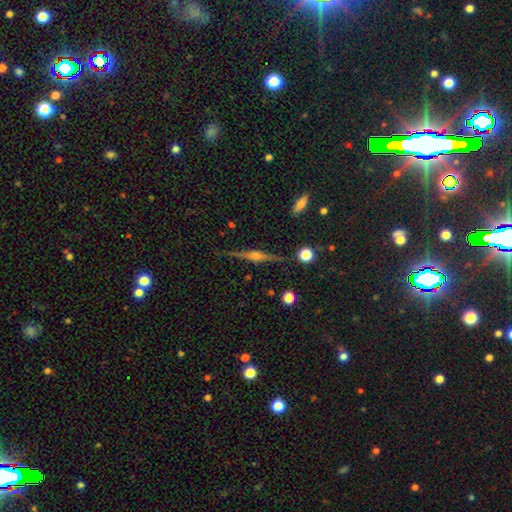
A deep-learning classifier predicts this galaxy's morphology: Smooth or featured? Predicted: featured or disk (p=0.84). Edge-on disk? Predicted: yes (p=0.98). Edge-on bulge? Predicted: rounded (p=0.89). Merging? Predicted: none (p=0.88).